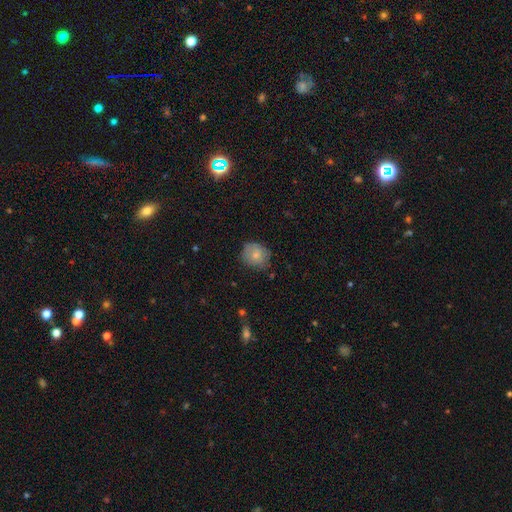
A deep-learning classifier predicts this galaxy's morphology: smooth-or-featured: smooth: 76% | featured or disk: 16% | star or artifact: 8%
  how-rounded: round: 74% | in between: 25% | cigar-shaped: 1%
  merging: none: 69% | minor disturbance: 24% | major disturbance: 6% | merger: 2%